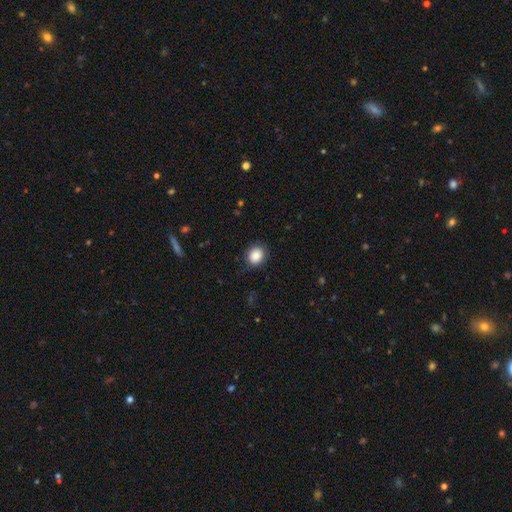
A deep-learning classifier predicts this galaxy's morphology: This is clearly a smooth galaxy (86%). How rounded: likely round (65%). Merging: clearly none (82%).